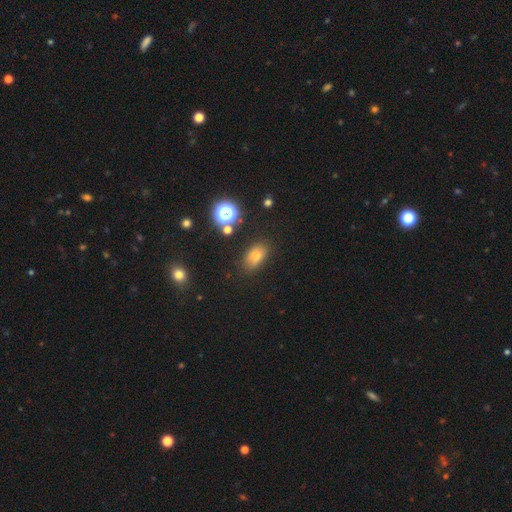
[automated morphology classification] smooth-or-featured: smooth: 69% | star or artifact: 21% | featured or disk: 10%
  how-rounded: in between: 80% | round: 17% | cigar-shaped: 2%
  merging: none: 82% | minor disturbance: 11% | major disturbance: 3% | merger: 3%